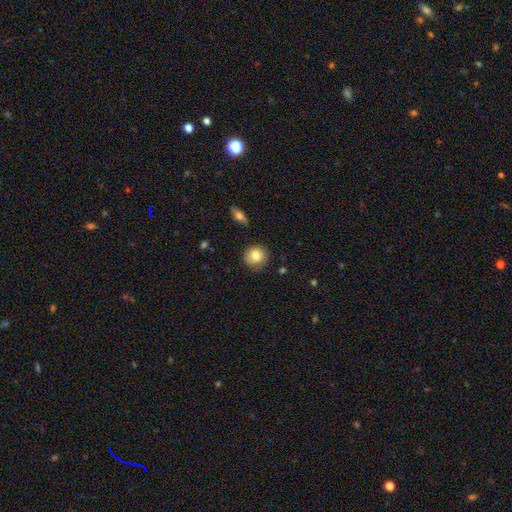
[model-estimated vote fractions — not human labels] smooth-or-featured: smooth: 82% | featured or disk: 10% | star or artifact: 8%
  how-rounded: round: 89% | in between: 10% | cigar-shaped: 1%
  merging: none: 81% | minor disturbance: 15% | major disturbance: 3% | merger: 2%